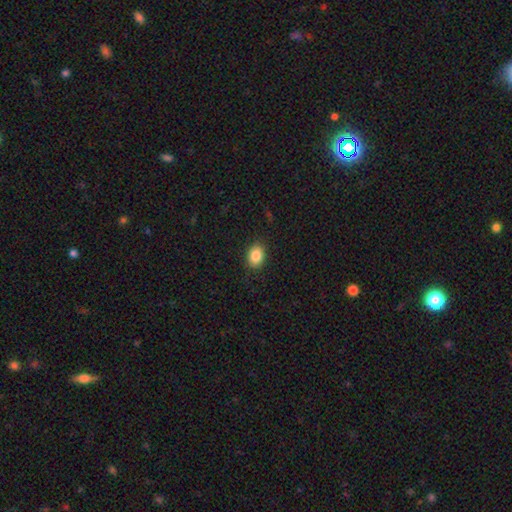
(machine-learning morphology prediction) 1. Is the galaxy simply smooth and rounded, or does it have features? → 86% smooth, 8% star or artifact, 5% featured or disk.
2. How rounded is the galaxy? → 72% in between, 27% round, 1% cigar-shaped.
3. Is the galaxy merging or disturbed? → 87% none, 9% minor disturbance, 2% major disturbance, 1% merger.